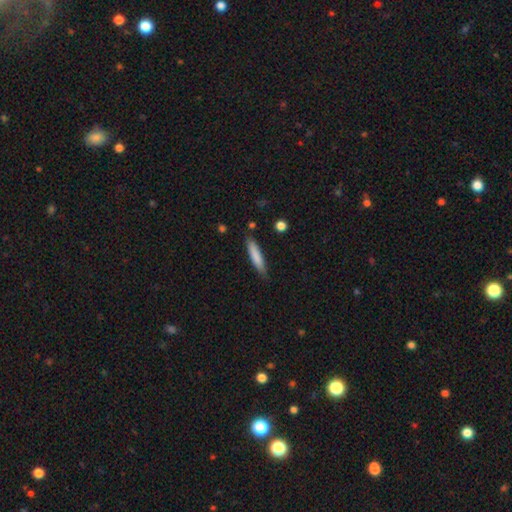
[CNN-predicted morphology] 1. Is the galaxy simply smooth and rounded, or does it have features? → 81% smooth, 13% featured or disk, 6% star or artifact.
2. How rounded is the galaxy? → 86% cigar-shaped, 13% in between, 1% round.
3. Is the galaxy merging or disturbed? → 81% none, 14% minor disturbance, 2% major disturbance, 2% merger.